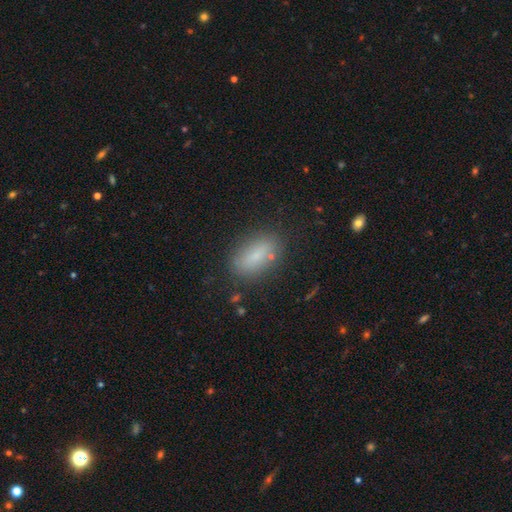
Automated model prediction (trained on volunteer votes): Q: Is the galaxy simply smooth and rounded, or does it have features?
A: smooth — 76%.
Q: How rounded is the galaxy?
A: in between — 83%.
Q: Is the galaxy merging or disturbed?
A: none — 81%.